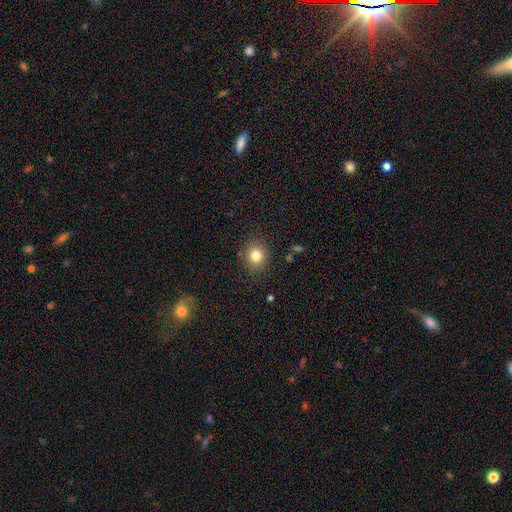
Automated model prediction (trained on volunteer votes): Smooth or featured? smooth (81%)
How rounded? round (73%)
Merging? none (87%)